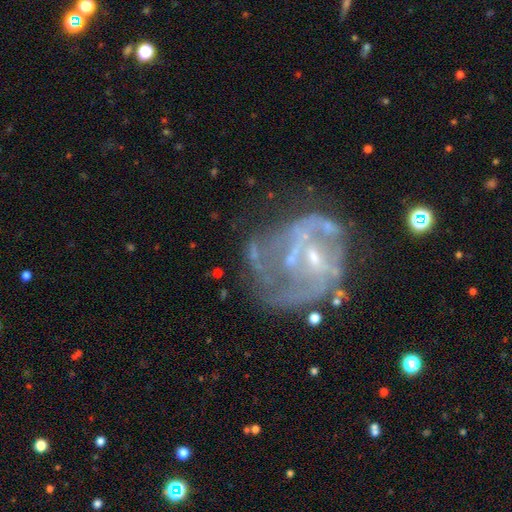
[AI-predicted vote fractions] Smooth or featured? Predicted: featured or disk (p=0.73). Edge-on disk? Predicted: no (p=0.97). Bar? Predicted: no (p=0.46). Spiral arms? Predicted: yes (p=0.57). Bulge size? Predicted: small (p=0.51). Merging? Predicted: none (p=0.41).